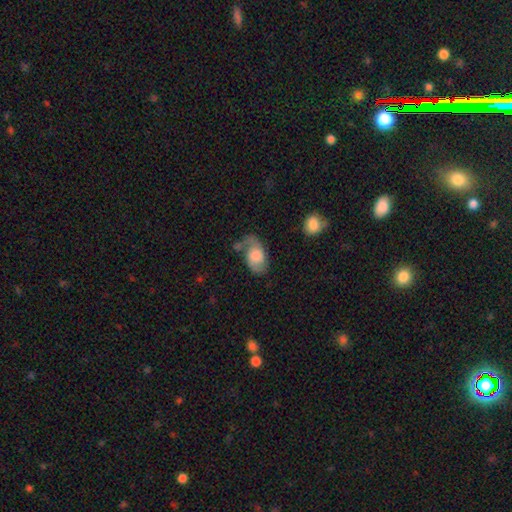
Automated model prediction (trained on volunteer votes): A featured or disk galaxy (51%).

Vote fractions:
- Smooth or featured? featured or disk: 51% / smooth: 42% / star or artifact: 8%
- Edge-on disk? no: 96% / yes: 4%
- Merging? none: 43% / minor disturbance: 28% / major disturbance: 20% / merger: 9%